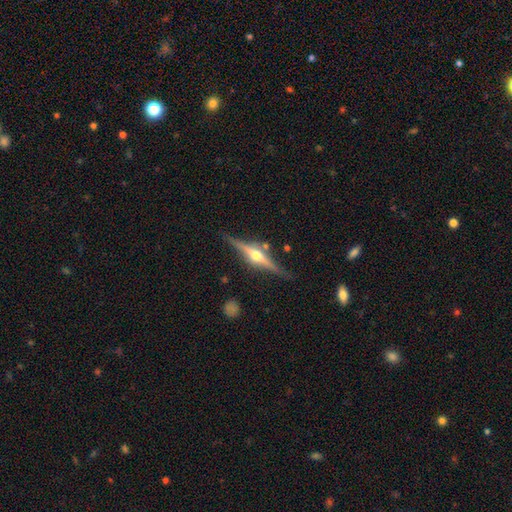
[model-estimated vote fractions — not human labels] The model was most divided on "smooth or featured": featured or disk: 84%, smooth: 10%, star or artifact: 6%. More confident: edge-on disk — yes (98%); edge-on bulge — rounded (94%); merging — none (85%).